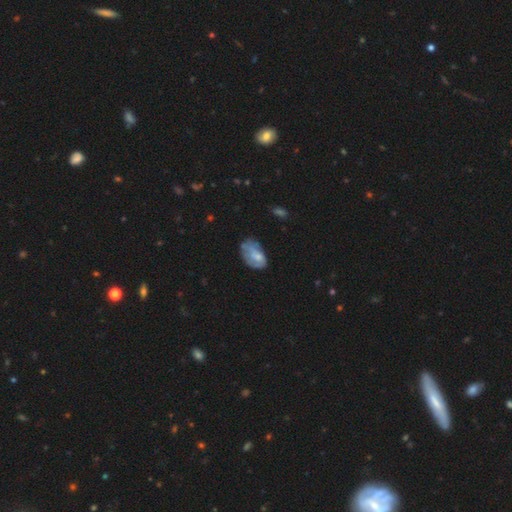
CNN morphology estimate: Smooth or featured?
  - smooth: 56% *
  - featured or disk: 37%
  - star or artifact: 7%
How rounded?
  - in between: 89% *
  - round: 9%
  - cigar-shaped: 2%
Merging?
  - none: 41% *
  - minor disturbance: 35%
  - major disturbance: 19%
  - merger: 4%